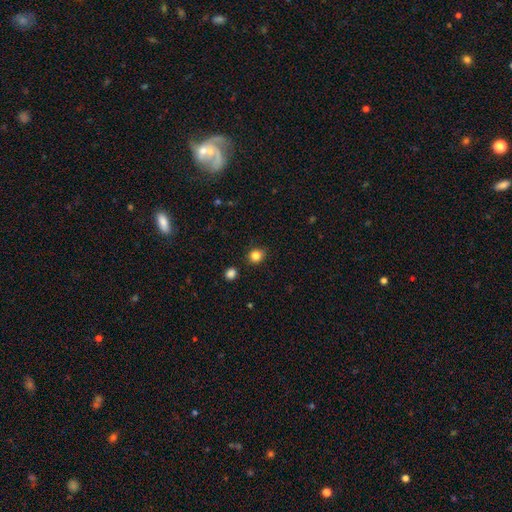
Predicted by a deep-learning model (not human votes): Smooth or featured? Predicted: smooth (p=0.84). How rounded? Predicted: round (p=0.78). Merging? Predicted: none (p=0.86).